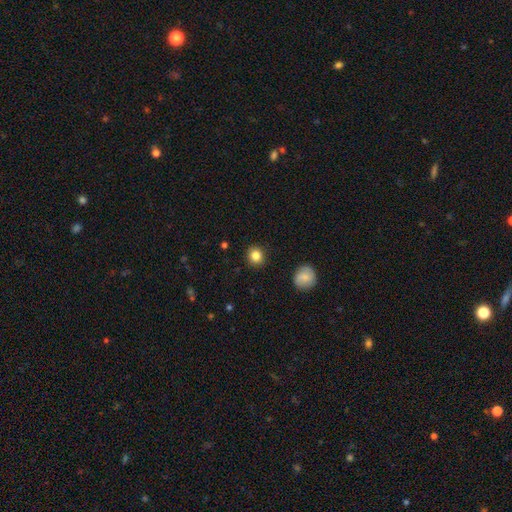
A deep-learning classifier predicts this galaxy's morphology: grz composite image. It shows a smooth galaxy with no disk features (84%) that is round (89%). Merging: none (90%).